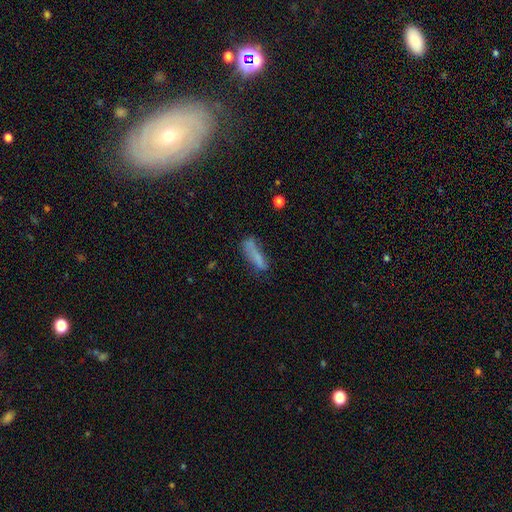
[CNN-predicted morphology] smooth_or_featured: smooth (p=0.66) [alt: featured or disk p=0.22]
how_rounded: cigar-shaped (p=0.70) [alt: in between p=0.27]
merging: none (p=0.51) [alt: minor disturbance p=0.27]